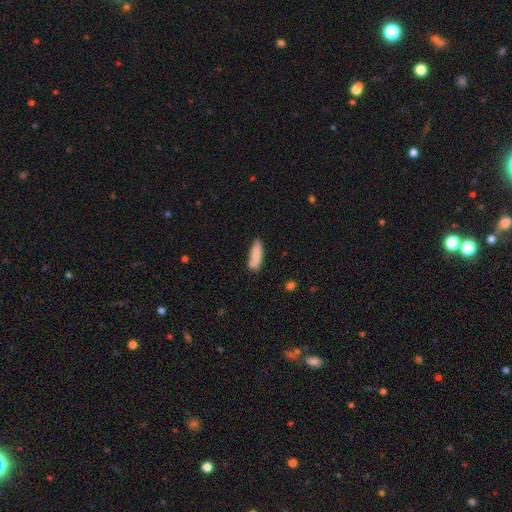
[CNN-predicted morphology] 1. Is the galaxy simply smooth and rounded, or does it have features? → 85% smooth, 8% featured or disk, 7% star or artifact.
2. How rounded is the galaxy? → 54% in between, 44% cigar-shaped, 2% round.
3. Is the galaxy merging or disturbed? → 71% none, 21% minor disturbance, 5% merger, 4% major disturbance.